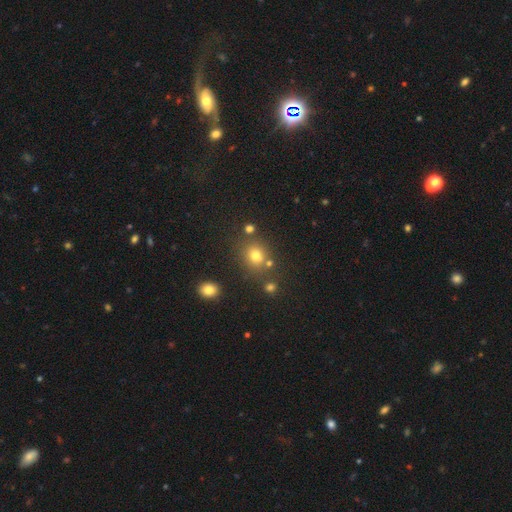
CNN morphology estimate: Smooth or featured? Predicted: smooth (p=0.72). How rounded? Predicted: round (p=0.74). Merging? Predicted: none (p=0.74).